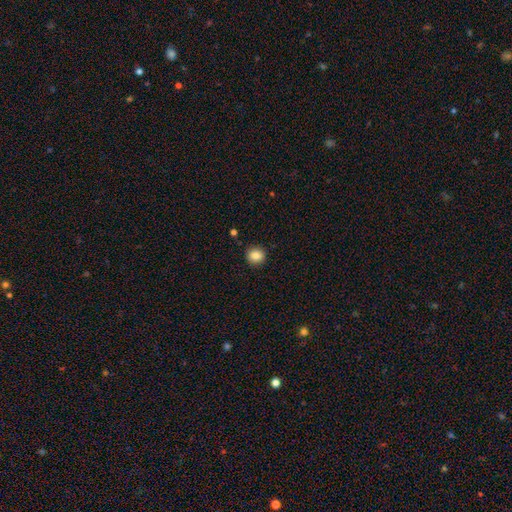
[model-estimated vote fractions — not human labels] Morphology: type=smooth (85%); roundness=round (89%); merging=none (91%).